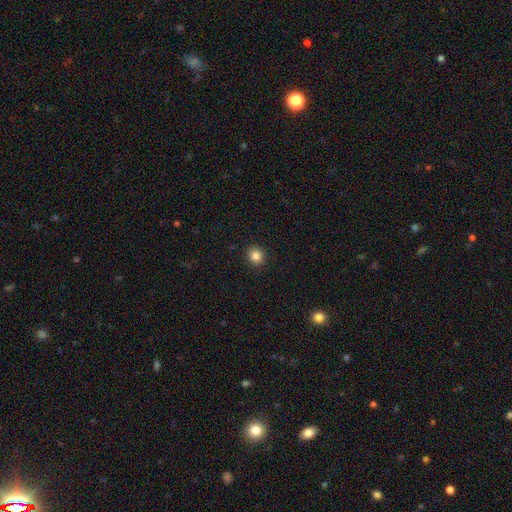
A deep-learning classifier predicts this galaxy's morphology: Smooth or featured: smooth — 85% (star or artifact — 11%)
How rounded: round — 90% (in between — 9%)
Merging: none — 92% (minor disturbance — 5%)